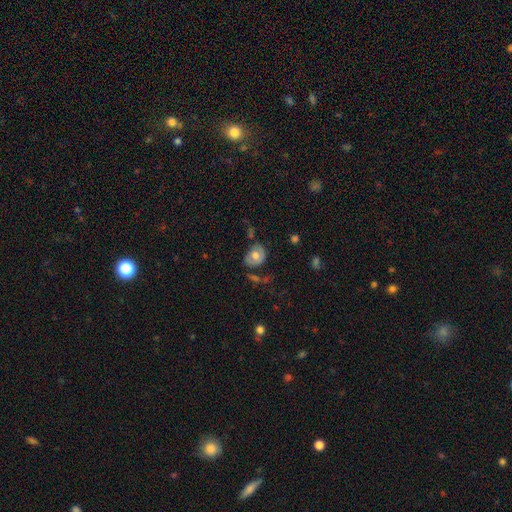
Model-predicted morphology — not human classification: Smooth or featured?
  - smooth: 59% *
  - featured or disk: 33%
  - star or artifact: 8%
How rounded?
  - in between: 53% *
  - round: 46%
  - cigar-shaped: 1%
Merging?
  - none: 59% *
  - minor disturbance: 24%
  - major disturbance: 10%
  - merger: 8%